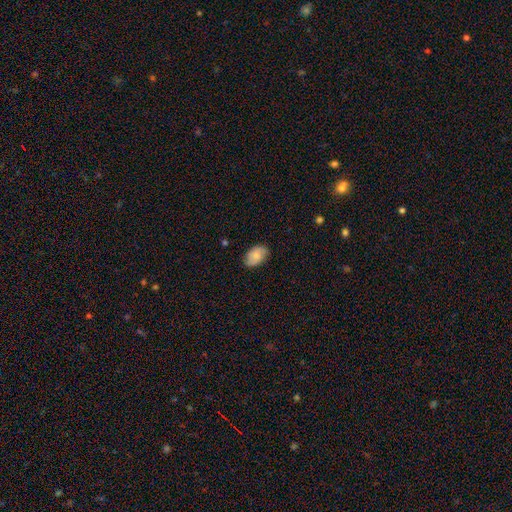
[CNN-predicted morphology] A smooth galaxy with no disk features (65%) that is in between round and cigar-shaped (90%).

Vote fractions:
- Smooth or featured? smooth: 65% / featured or disk: 27% / star or artifact: 8%
- How rounded? in between: 90% / round: 9% / cigar-shaped: 1%
- Merging? none: 81% / minor disturbance: 15% / major disturbance: 3% / merger: 1%